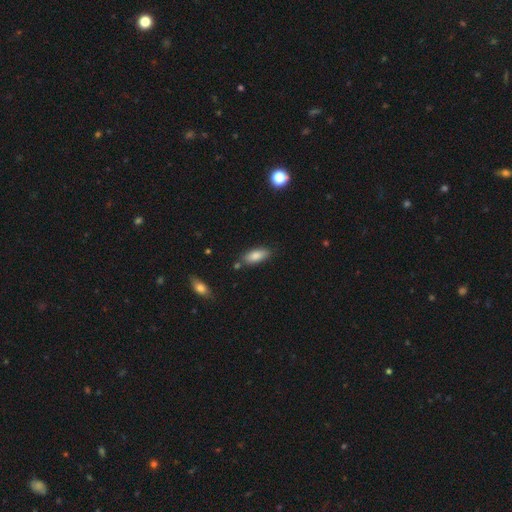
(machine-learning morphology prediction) A smooth galaxy with no disk features (83%) that is in between round and cigar-shaped (79%).

Vote fractions:
- Smooth or featured? smooth: 83% / featured or disk: 10% / star or artifact: 7%
- How rounded? in between: 79% / cigar-shaped: 19% / round: 2%
- Merging? none: 78% / minor disturbance: 14% / merger: 5% / major disturbance: 3%